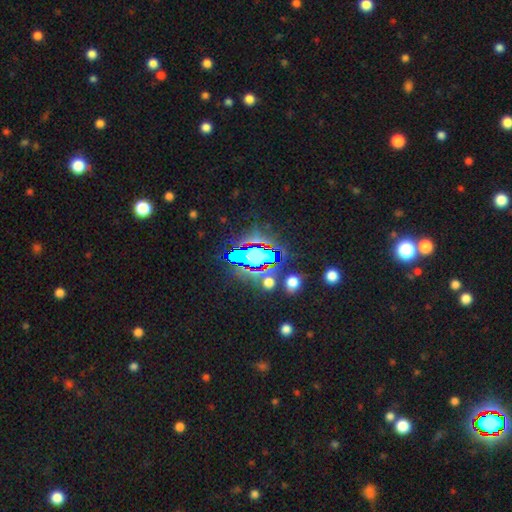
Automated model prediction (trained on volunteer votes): The model was most divided on "smooth or featured": star or artifact: 64%, smooth: 22%, featured or disk: 14%.